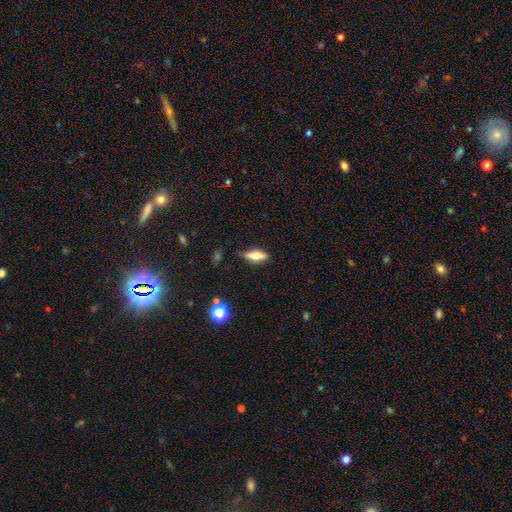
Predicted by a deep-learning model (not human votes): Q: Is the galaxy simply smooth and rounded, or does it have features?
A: smooth — 56%.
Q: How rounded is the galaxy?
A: in between — 61%.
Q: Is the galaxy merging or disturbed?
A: none — 79%.